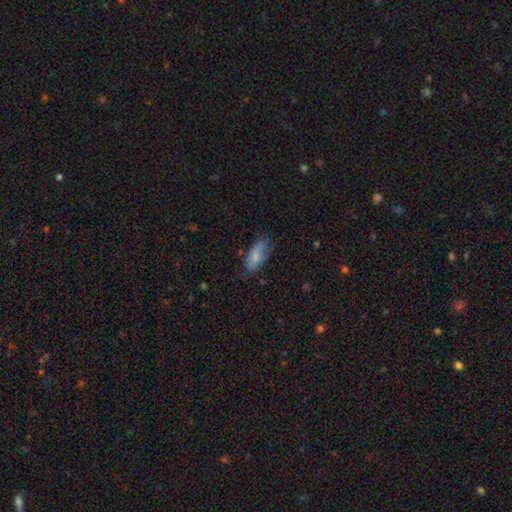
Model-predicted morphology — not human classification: Smooth or featured: smooth — 76% (featured or disk — 17%)
How rounded: in between — 83% (cigar-shaped — 15%)
Merging: none — 68% (minor disturbance — 24%)